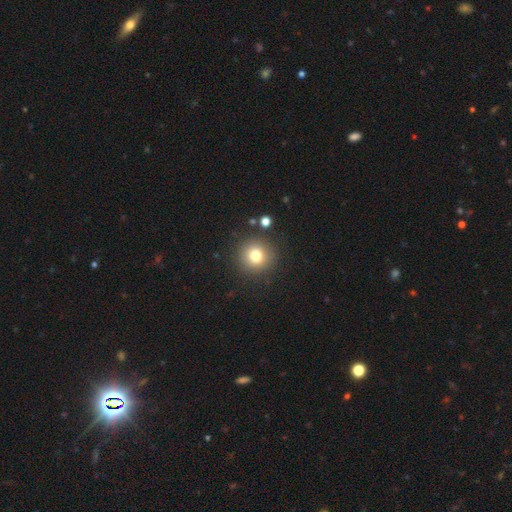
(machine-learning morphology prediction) Smooth or featured? smooth (78%)
How rounded? round (93%)
Merging? none (87%)